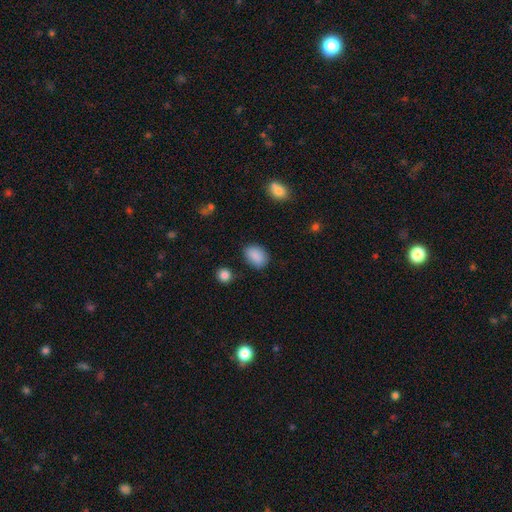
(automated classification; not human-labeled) Q: Smooth or featured?
A: smooth (87%); runner-up: star or artifact (8%)
Q: How rounded?
A: in between (77%); runner-up: round (22%)
Q: Merging?
A: none (80%); runner-up: minor disturbance (15%)